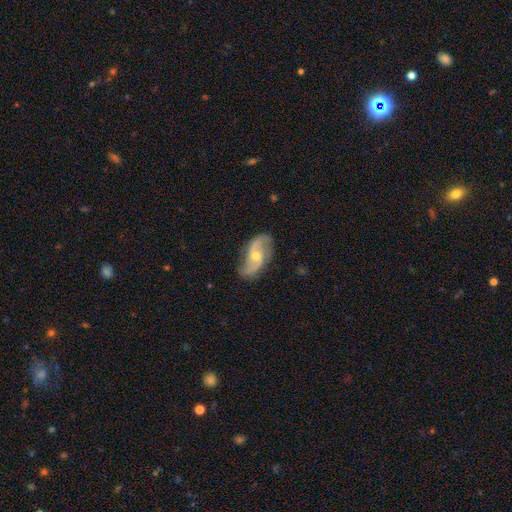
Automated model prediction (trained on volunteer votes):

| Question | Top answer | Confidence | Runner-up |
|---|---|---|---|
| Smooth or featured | featured or disk | 83% | smooth (11%) |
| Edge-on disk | no | 96% | yes (4%) |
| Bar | no | 57% | weak (35%) |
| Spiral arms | yes | 95% | no (5%) |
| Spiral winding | loose | 47% | medium (40%) |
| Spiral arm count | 2 | 90% | can't tell (4%) |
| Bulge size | moderate | 49% | small (47%) |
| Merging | none | 76% | minor disturbance (17%) |